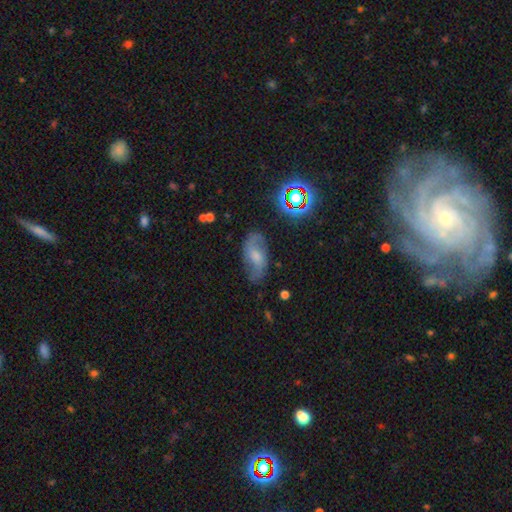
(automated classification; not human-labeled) A featured or disk galaxy (62%) with a weak bar (46%), 2 (85%) loose (52%) spiral arms (89%) and a moderate central bulge (42%).

Vote fractions:
- Smooth or featured? featured or disk: 62% / smooth: 26% / star or artifact: 12%
- Edge-on disk? no: 94% / yes: 6%
- Bar? weak: 46% / no: 43% / strong: 11%
- Spiral arms? yes: 89% / no: 11%
- Spiral winding? loose: 52% / medium: 36% / tight: 12%
- Spiral arm count? 2: 85% / can't tell: 9% / 1: 3% / 3: 1% / 4: 1% / more than 4: 1%
- Bulge size? moderate: 42% / small: 33% / none: 14% / large: 9% / dominant: 2%
- Merging? none: 69% / minor disturbance: 20% / major disturbance: 8% / merger: 2%